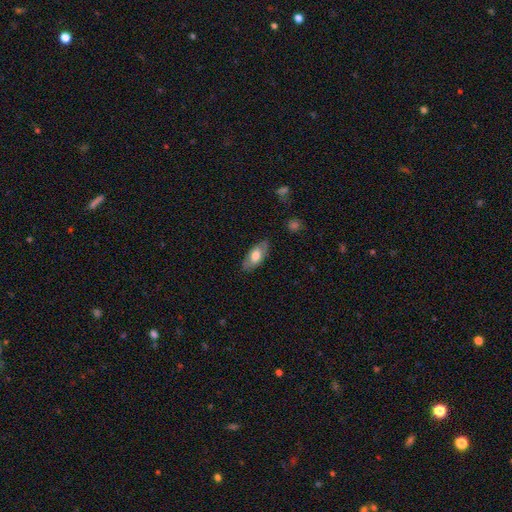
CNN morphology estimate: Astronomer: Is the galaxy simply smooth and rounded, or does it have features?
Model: smooth — 66%.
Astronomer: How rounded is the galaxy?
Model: in between — 88%.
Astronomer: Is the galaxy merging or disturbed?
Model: none — 82%.